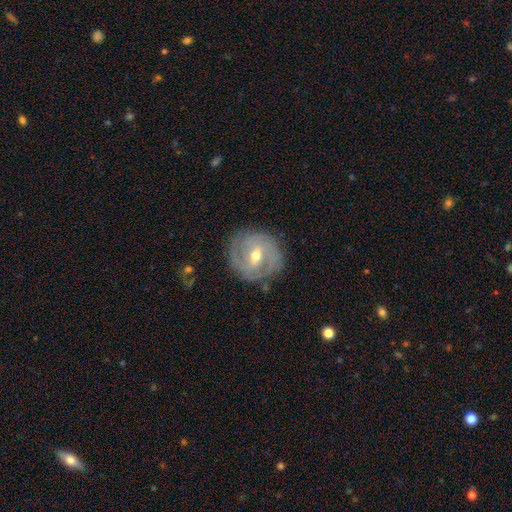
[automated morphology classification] Q: Smooth or featured?
A: featured or disk (78%); runner-up: smooth (16%)
Q: Edge-on disk?
A: no (96%); runner-up: yes (4%)
Q: Bar?
A: weak (52%); runner-up: strong (28%)
Q: Spiral arms?
A: yes (86%); runner-up: no (14%)
Q: Spiral winding?
A: tight (58%); runner-up: medium (32%)
Q: Spiral arm count?
A: 2 (48%); runner-up: can't tell (26%)
Q: Bulge size?
A: moderate (64%); runner-up: small (33%)
Q: Merging?
A: none (81%); runner-up: minor disturbance (13%)